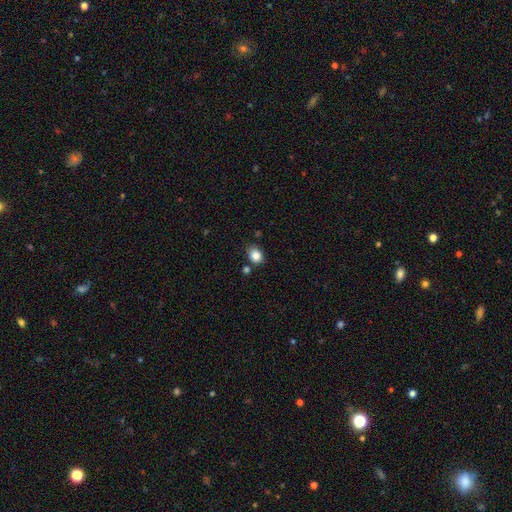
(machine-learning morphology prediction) A smooth galaxy with no disk features (86%) that is round (52%).

Vote fractions:
- Smooth or featured? smooth: 86% / star or artifact: 10% / featured or disk: 4%
- How rounded? round: 52% / in between: 47% / cigar-shaped: 1%
- Merging? none: 75% / minor disturbance: 14% / merger: 7% / major disturbance: 3%